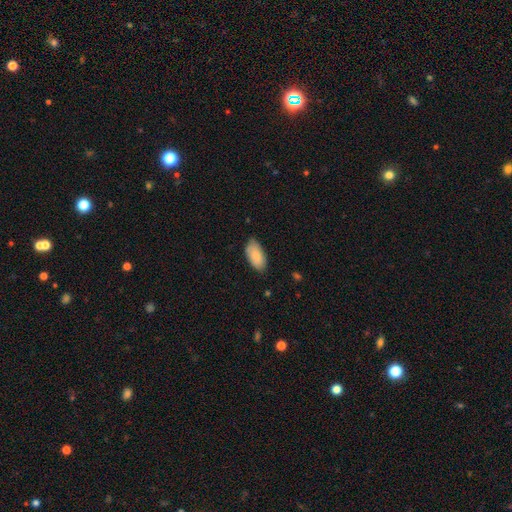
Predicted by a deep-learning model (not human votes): The model was most divided on "merging": none: 78%, minor disturbance: 18%, major disturbance: 3%, merger: 1%. More confident: how rounded — in between (94%); smooth or featured — smooth (87%).